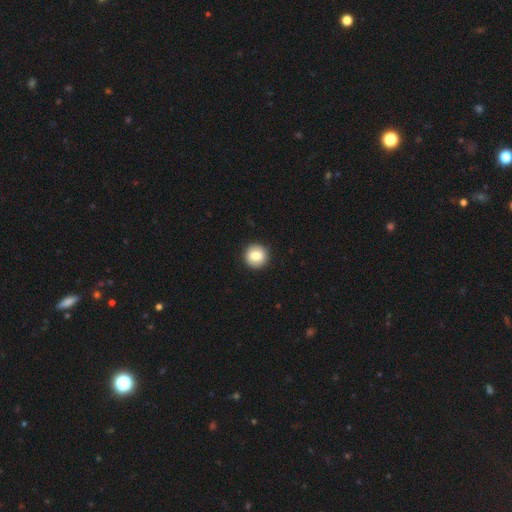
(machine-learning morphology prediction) This appears to be a smooth galaxy with no disk features (82%) that is round (94%). Merging: none (92%).